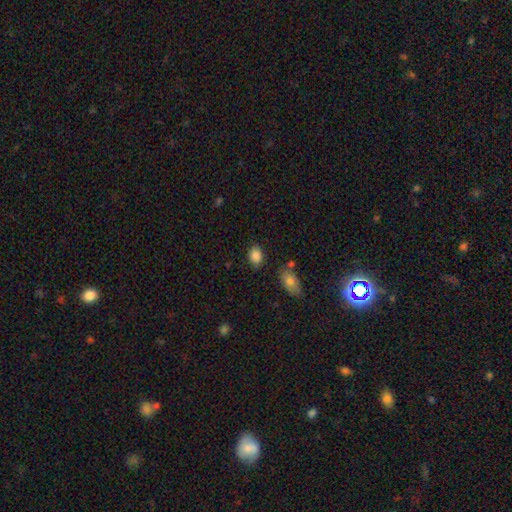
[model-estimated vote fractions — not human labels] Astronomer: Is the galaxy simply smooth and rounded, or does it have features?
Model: smooth — 86%.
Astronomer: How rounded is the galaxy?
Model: in between — 75%.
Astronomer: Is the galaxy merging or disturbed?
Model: none — 79%.